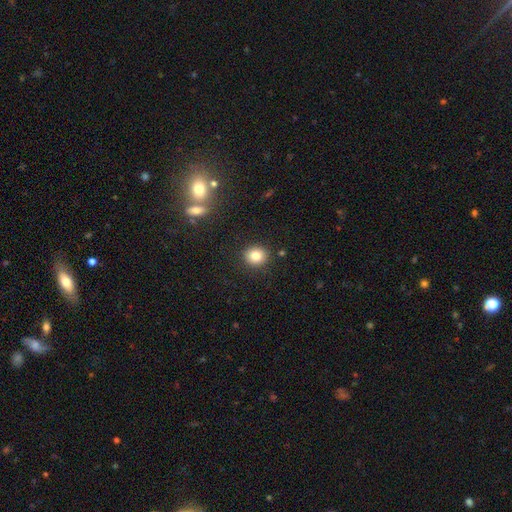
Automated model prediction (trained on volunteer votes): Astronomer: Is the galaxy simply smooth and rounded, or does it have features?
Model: smooth — 82%.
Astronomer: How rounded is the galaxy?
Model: round — 80%.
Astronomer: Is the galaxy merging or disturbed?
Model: none — 89%.